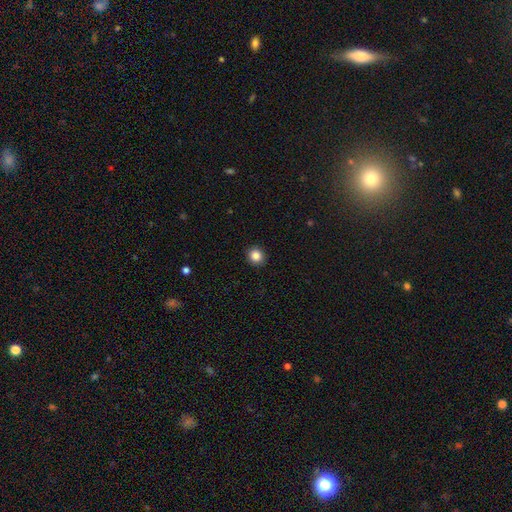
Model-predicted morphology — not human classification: Smooth or featured? Predicted: smooth (p=0.86). How rounded? Predicted: round (p=0.89). Merging? Predicted: none (p=0.92).